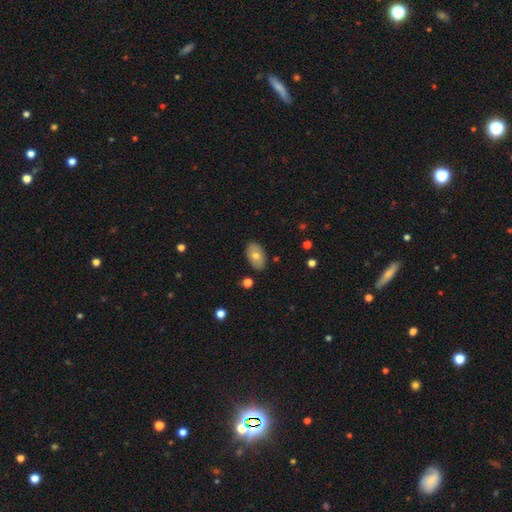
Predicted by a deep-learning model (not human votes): Overall: smooth (70%). How rounded: in between (92%). Merging: none (85%).